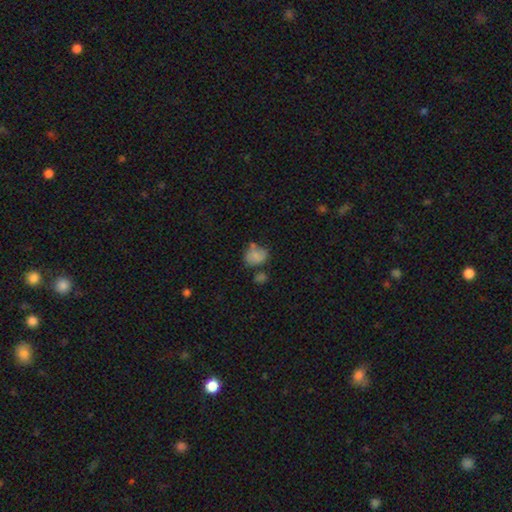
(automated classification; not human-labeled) The model was most divided on "how rounded": in between: 59%, round: 39%, cigar-shaped: 1%. Remaining: smooth or featured — smooth (77%); merging — none (45%).